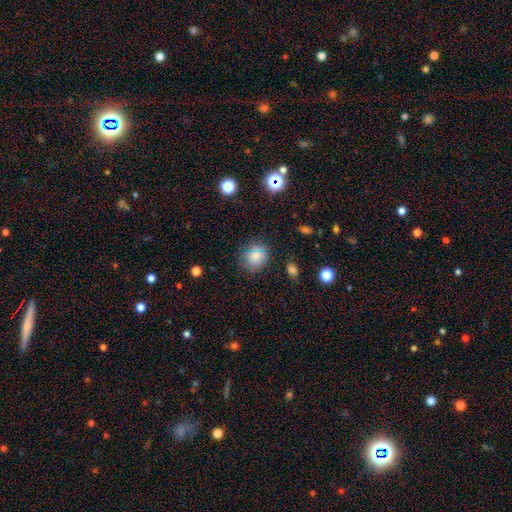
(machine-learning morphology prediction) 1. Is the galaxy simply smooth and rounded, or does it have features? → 79% smooth, 13% star or artifact, 8% featured or disk.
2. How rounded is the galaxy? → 76% round, 23% in between, 1% cigar-shaped.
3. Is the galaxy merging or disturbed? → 80% none, 13% minor disturbance, 4% major disturbance, 3% merger.